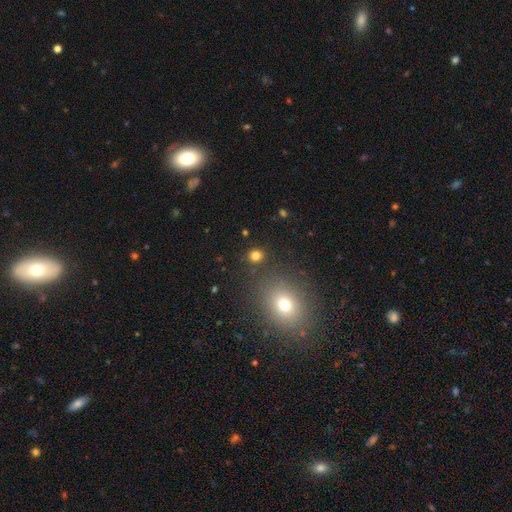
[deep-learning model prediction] The model was most divided on "smooth or featured": smooth: 78%, star or artifact: 17%, featured or disk: 5%. More confident: merging — none (86%); how rounded — round (82%).